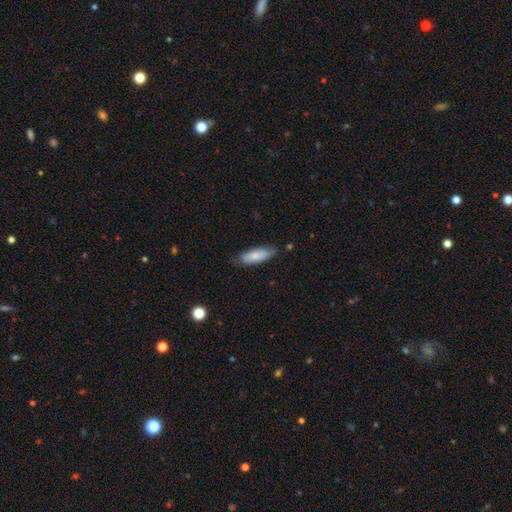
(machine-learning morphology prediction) Smooth or featured? Predicted: smooth (p=0.81). How rounded? Predicted: in between (p=0.63). Merging? Predicted: none (p=0.79).